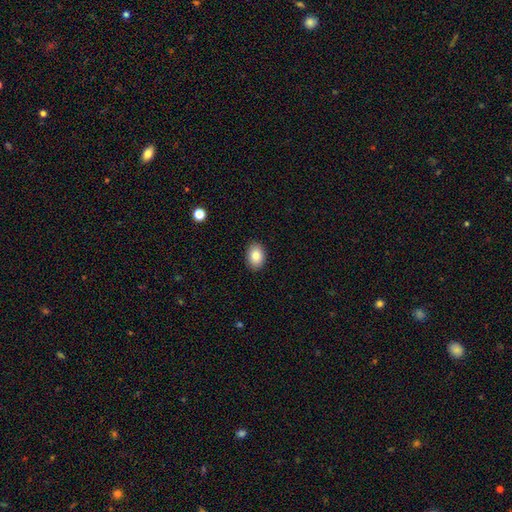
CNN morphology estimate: This is clearly a smooth galaxy (84%). How rounded: likely in between (80%). Merging: clearly none (90%).